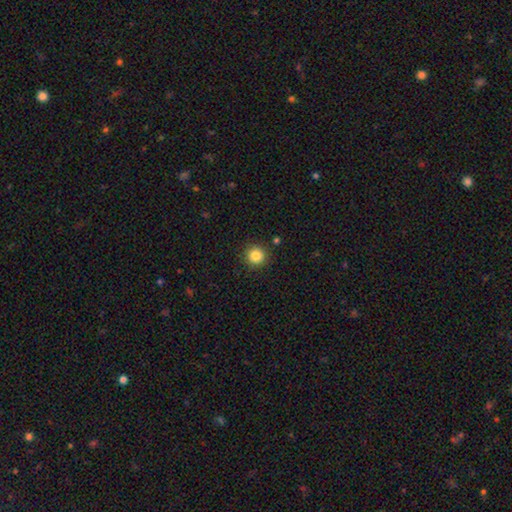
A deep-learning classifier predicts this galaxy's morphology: smooth-or-featured: smooth: 84% | star or artifact: 11% | featured or disk: 5%
  how-rounded: round: 94% | in between: 5% | cigar-shaped: 1%
  merging: none: 90% | minor disturbance: 6% | major disturbance: 2% | merger: 2%